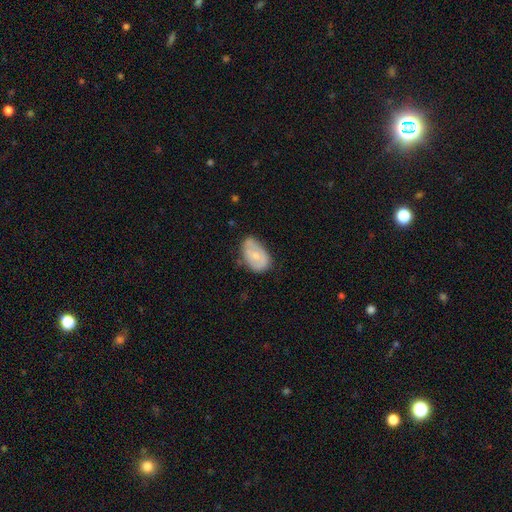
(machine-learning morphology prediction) A smooth galaxy with no disk features (51%) that is in between round and cigar-shaped (90%). Merging: none (60%).